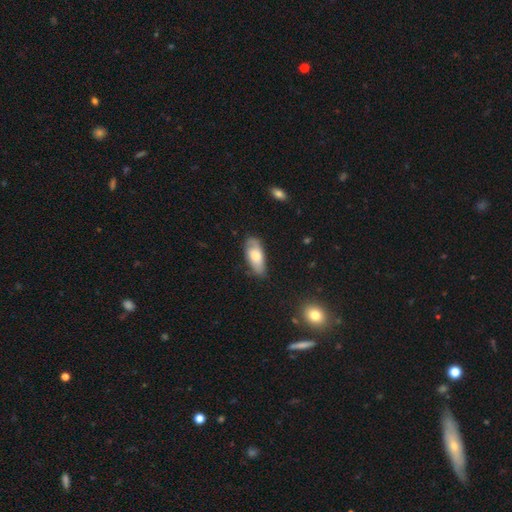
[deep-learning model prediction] smooth-or-featured: smooth: 65% | featured or disk: 28% | star or artifact: 6%
  how-rounded: in between: 86% | cigar-shaped: 11% | round: 2%
  merging: none: 64% | minor disturbance: 27% | major disturbance: 7% | merger: 2%